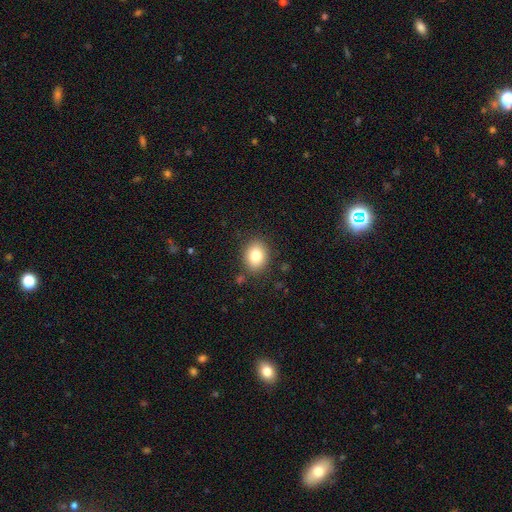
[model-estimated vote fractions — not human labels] smooth-or-featured: smooth: 81% | star or artifact: 10% | featured or disk: 9%
  how-rounded: round: 52% | in between: 47% | cigar-shaped: 1%
  merging: none: 86% | minor disturbance: 9% | major disturbance: 3% | merger: 2%